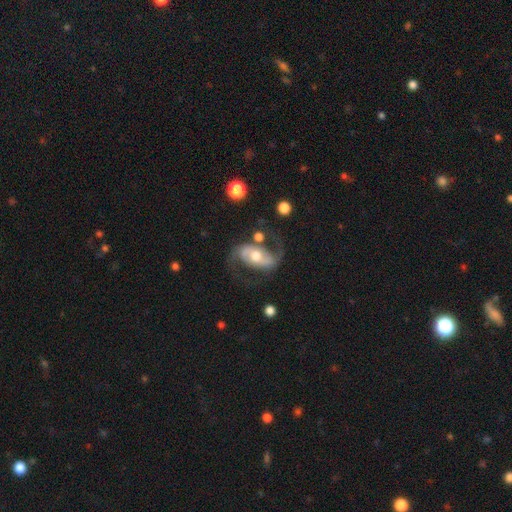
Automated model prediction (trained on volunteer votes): Smooth or featured? Predicted: featured or disk (p=0.84). Edge-on disk? Predicted: no (p=0.96). Bar? Predicted: no (p=0.37). Spiral arms? Predicted: yes (p=0.93). Spiral winding? Predicted: loose (p=0.47). Spiral arm count? Predicted: 2 (p=0.92). Bulge size? Predicted: moderate (p=0.71). Merging? Predicted: none (p=0.62).